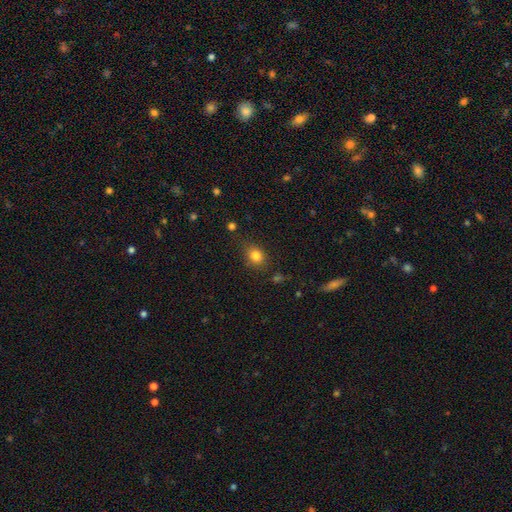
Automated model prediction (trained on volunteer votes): Smooth or featured?
  - smooth: 82% *
  - star or artifact: 12%
  - featured or disk: 6%
How rounded?
  - round: 56% *
  - in between: 42%
  - cigar-shaped: 1%
Merging?
  - none: 75% *
  - minor disturbance: 17%
  - major disturbance: 5%
  - merger: 3%